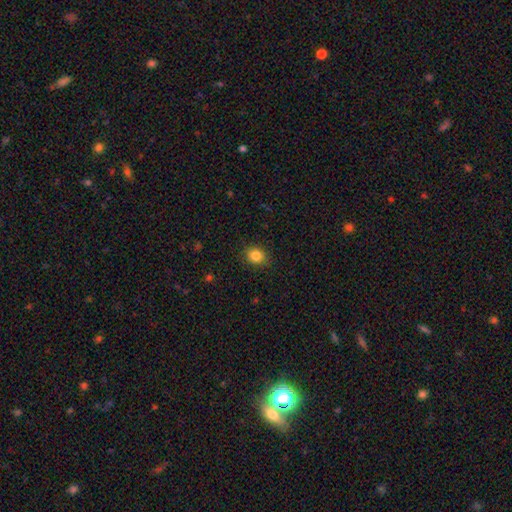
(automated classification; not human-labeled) Q: Smooth or featured?
A: smooth (84%); runner-up: star or artifact (11%)
Q: How rounded?
A: round (63%); runner-up: in between (37%)
Q: Merging?
A: none (87%); runner-up: minor disturbance (10%)